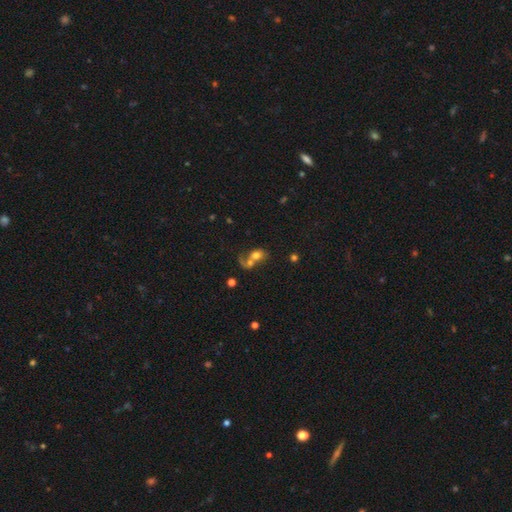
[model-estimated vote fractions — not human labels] Morphology: type=smooth (56%); roundness=in between (50%); merging=merger (64%).